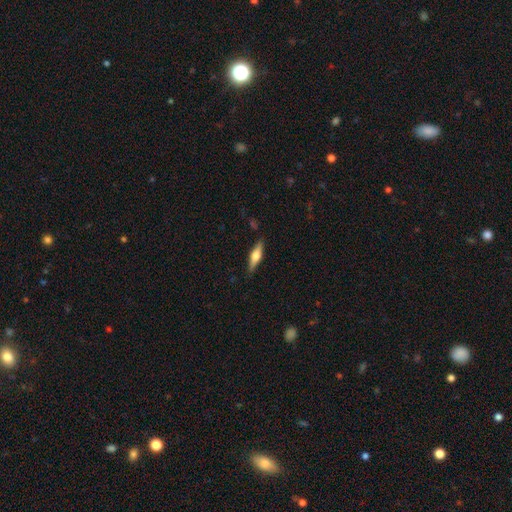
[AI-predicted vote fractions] Smooth or featured: featured or disk — 50% (smooth — 44%)
Merging: none — 86% (minor disturbance — 10%)